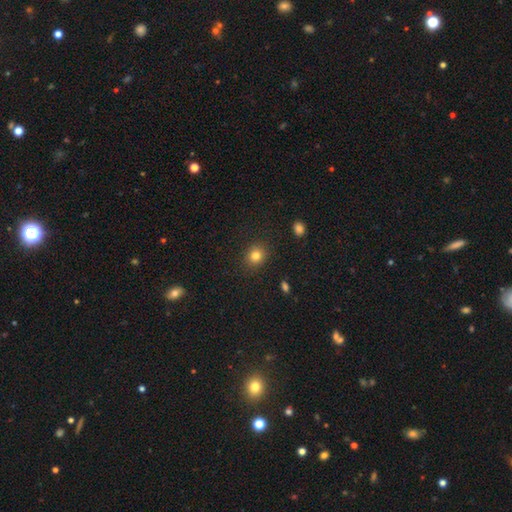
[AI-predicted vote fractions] A smooth galaxy with no disk features (81%) that is round (74%). Merging: none (88%).